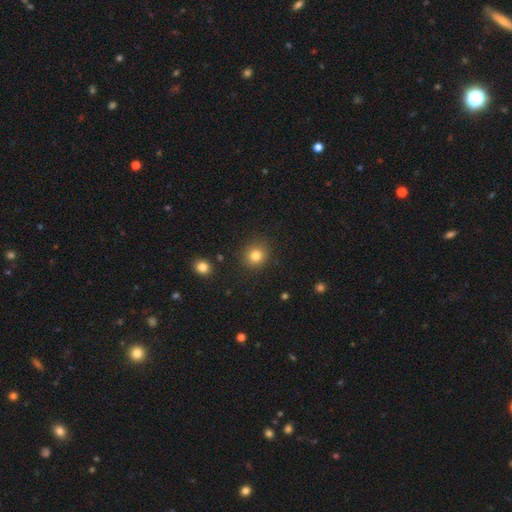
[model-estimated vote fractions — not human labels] Smooth or featured? Predicted: smooth (p=0.82). How rounded? Predicted: round (p=0.86). Merging? Predicted: none (p=0.89).